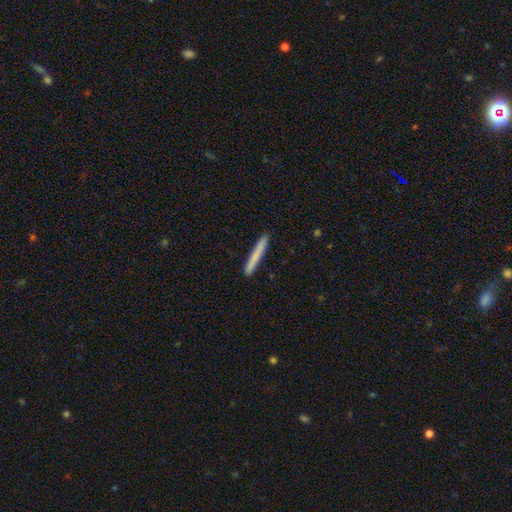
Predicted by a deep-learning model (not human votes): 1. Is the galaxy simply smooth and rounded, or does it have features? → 74% smooth, 20% featured or disk, 6% star or artifact.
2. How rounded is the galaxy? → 97% cigar-shaped, 2% in between, 1% round.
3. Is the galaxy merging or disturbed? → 92% none, 6% minor disturbance, 1% major disturbance, 1% merger.